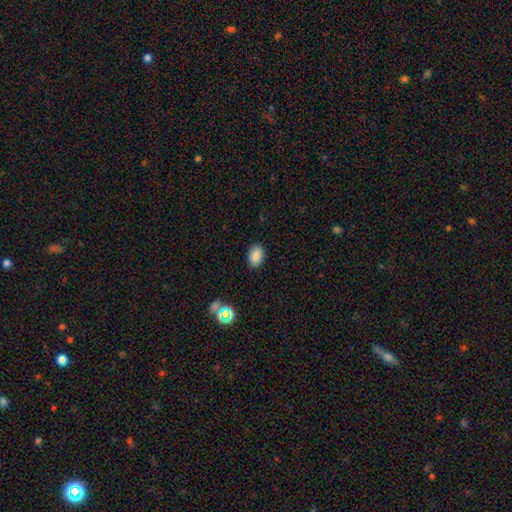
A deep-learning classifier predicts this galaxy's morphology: The model was most divided on "how rounded": in between: 84%, round: 15%, cigar-shaped: 1%. More confident: merging — none (88%); smooth or featured — smooth (84%).